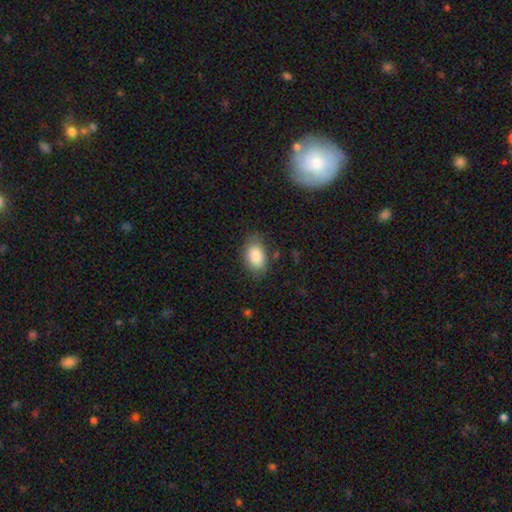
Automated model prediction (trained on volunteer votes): Q: Smooth or featured?
A: smooth (85%); runner-up: featured or disk (8%)
Q: How rounded?
A: in between (88%); runner-up: round (11%)
Q: Merging?
A: none (74%); runner-up: minor disturbance (18%)